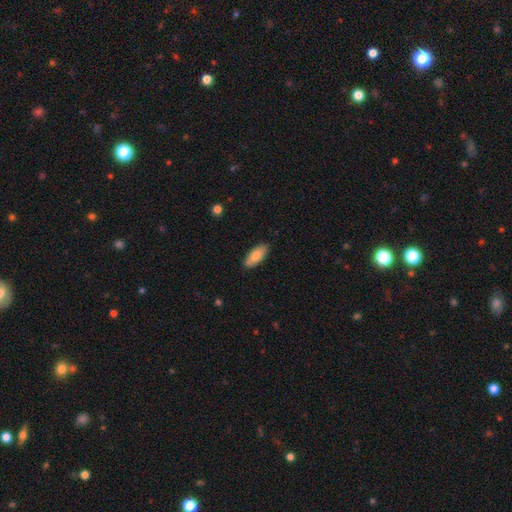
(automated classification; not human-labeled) Smooth or featured: smooth — 83% (featured or disk — 11%)
How rounded: in between — 84% (cigar-shaped — 14%)
Merging: none — 86% (minor disturbance — 11%)